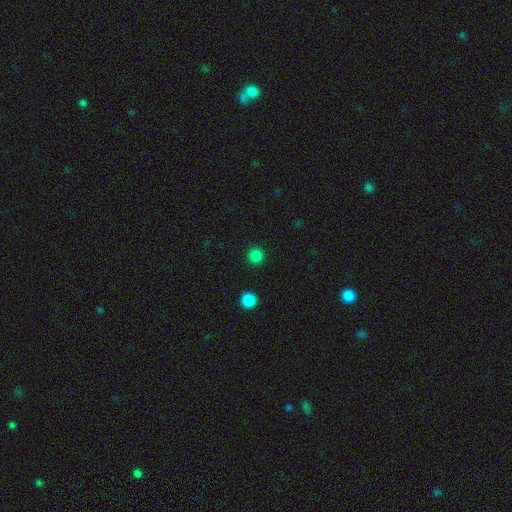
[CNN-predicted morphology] type=smooth (83%); roundness=round (95%); merging=none (92%).